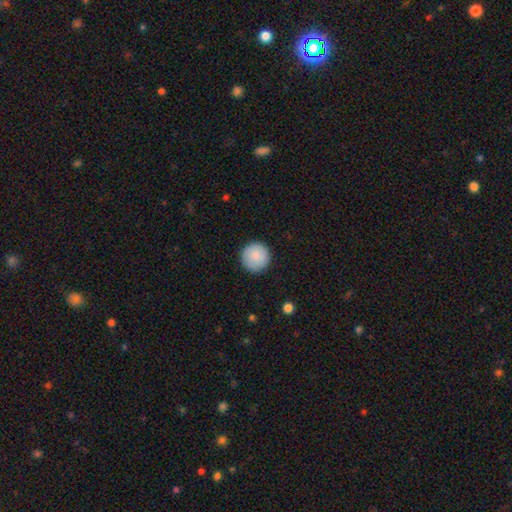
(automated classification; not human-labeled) Smooth or featured?
  - smooth: 88% *
  - star or artifact: 7%
  - featured or disk: 6%
How rounded?
  - round: 96% *
  - in between: 3%
  - cigar-shaped: 1%
Merging?
  - none: 90% *
  - minor disturbance: 7%
  - major disturbance: 2%
  - merger: 1%